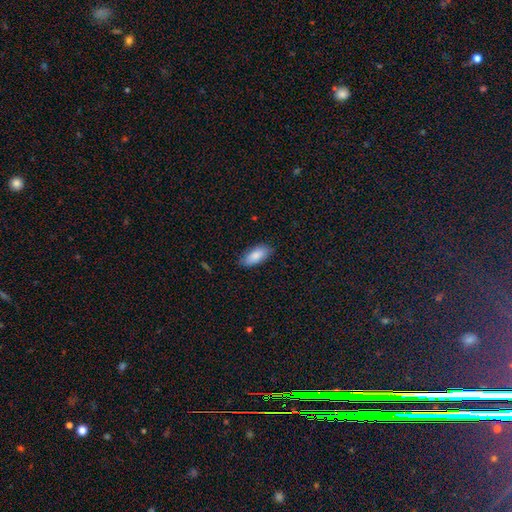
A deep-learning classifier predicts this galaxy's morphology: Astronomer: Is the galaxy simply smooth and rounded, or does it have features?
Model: smooth — 87%.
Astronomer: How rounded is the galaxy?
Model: in between — 86%.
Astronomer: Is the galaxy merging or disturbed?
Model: none — 83%.